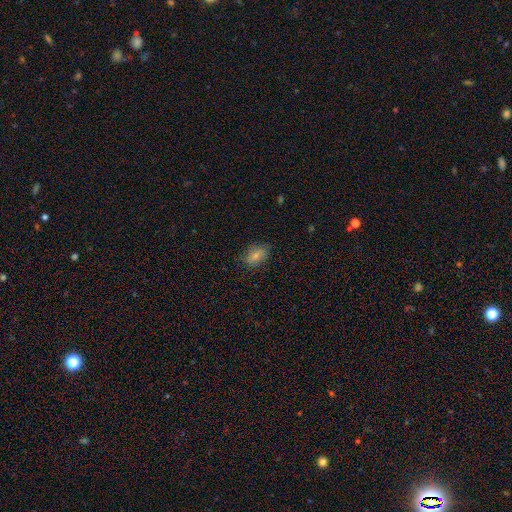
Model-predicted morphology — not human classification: smooth 79%, featured or disk 13%, star or artifact 9%. Down the decision tree: how rounded — in between (86%); merging — none (78%).